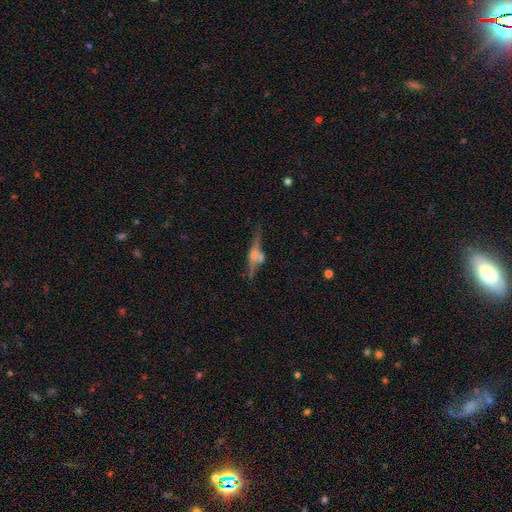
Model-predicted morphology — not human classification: This is likely a featured or disk galaxy (64%). It is clearly viewed edge-on (86%). Edge-on bulge: likely rounded (76%). Merging: possibly none (52%).